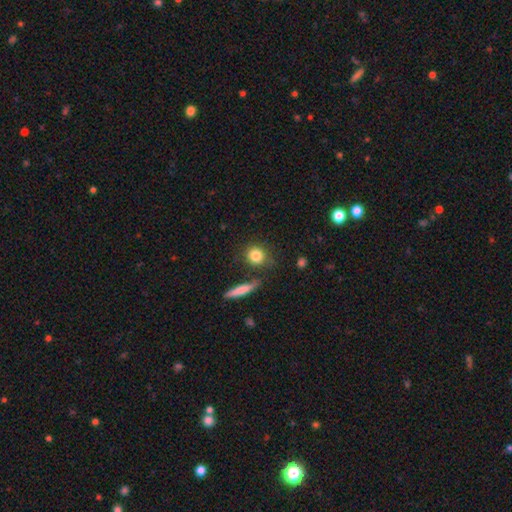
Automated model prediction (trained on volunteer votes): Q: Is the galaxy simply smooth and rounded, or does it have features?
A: smooth — 83%.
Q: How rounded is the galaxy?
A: round — 81%.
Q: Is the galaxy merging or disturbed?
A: none — 78%.